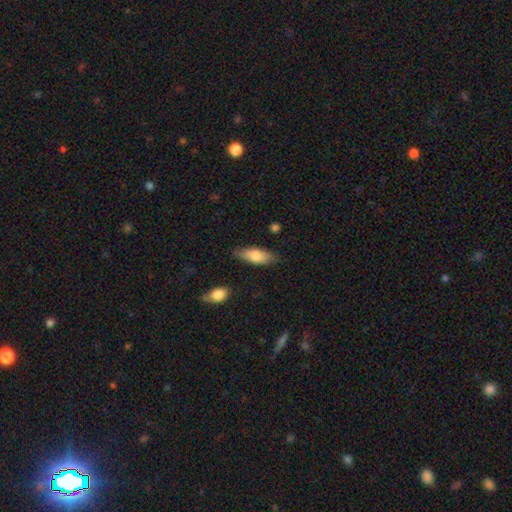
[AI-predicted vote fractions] The model was most divided on "how rounded": in between: 71%, cigar-shaped: 27%, round: 2%. More confident: merging — none (80%); smooth or featured — smooth (77%).